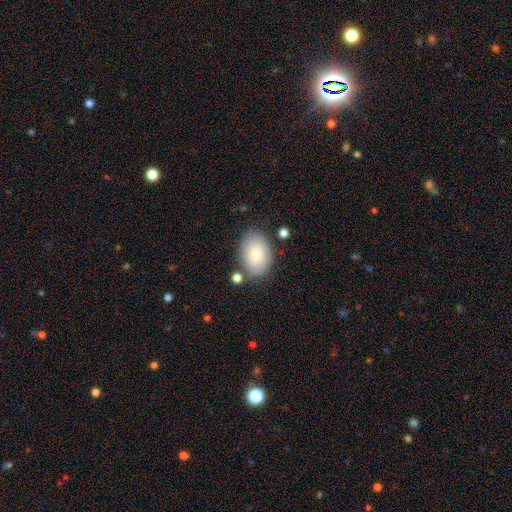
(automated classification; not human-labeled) A smooth galaxy with no disk features (80%) that is in between round and cigar-shaped (88%). Merging: none (75%).